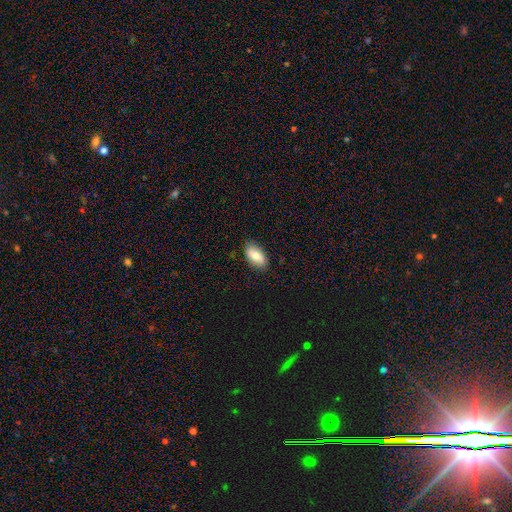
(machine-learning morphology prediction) This is likely a smooth galaxy (74%). How rounded: clearly in between (92%). Merging: clearly none (84%).